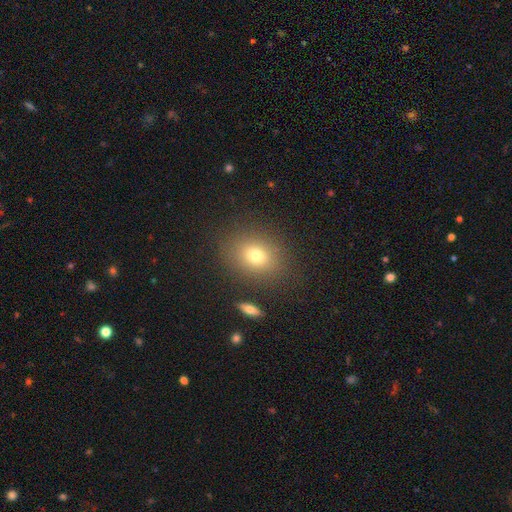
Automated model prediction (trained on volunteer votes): A smooth galaxy with no disk features (74%) that is in between round and cigar-shaped (50%).

Vote fractions:
- Smooth or featured? smooth: 74% / star or artifact: 15% / featured or disk: 11%
- How rounded? in between: 50% / round: 49% / cigar-shaped: 1%
- Merging? none: 85% / minor disturbance: 9% / major disturbance: 4% / merger: 2%